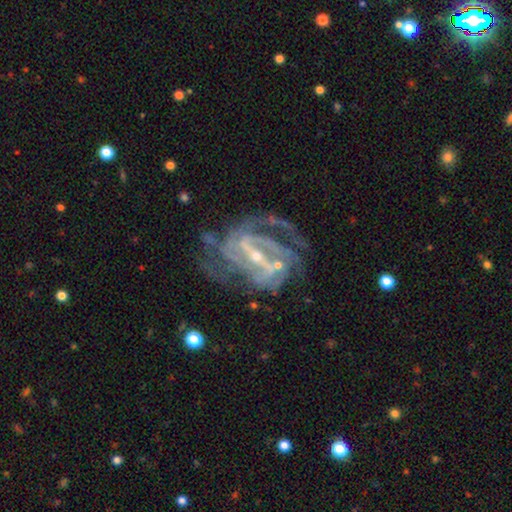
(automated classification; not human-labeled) The model was most divided on "spiral winding": medium: 47%, tight: 40%, loose: 13%. Remaining: spiral arms — yes (97%); edge-on disk — no (97%); smooth or featured — featured or disk (91%); bulge size — small (73%); bar — strong (71%); merging — none (56%); spiral arm count — 2 (33%).